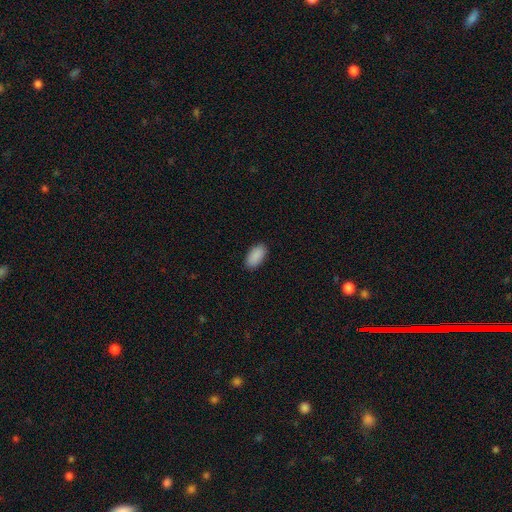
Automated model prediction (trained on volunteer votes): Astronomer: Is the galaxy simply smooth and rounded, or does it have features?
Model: smooth — 91%.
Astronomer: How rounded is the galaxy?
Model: in between — 94%.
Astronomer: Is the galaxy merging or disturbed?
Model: none — 89%.